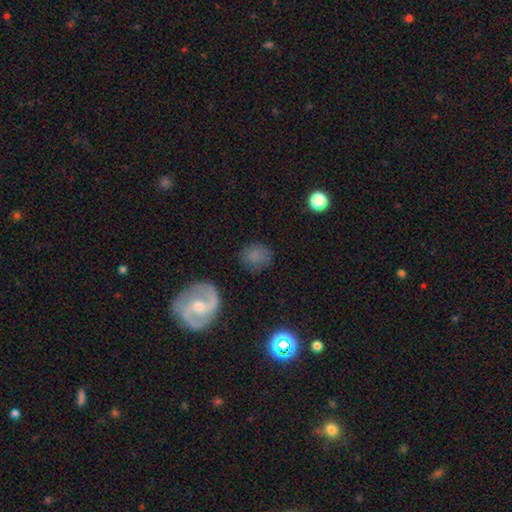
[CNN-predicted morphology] The model was most divided on "how rounded": round: 75%, in between: 24%, cigar-shaped: 1%. More confident: merging — none (78%); smooth or featured — smooth (71%).